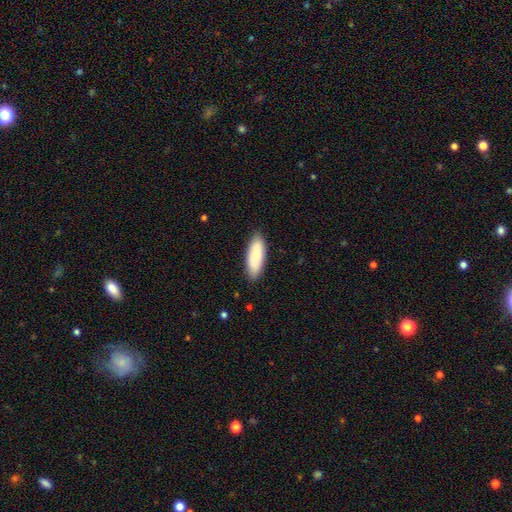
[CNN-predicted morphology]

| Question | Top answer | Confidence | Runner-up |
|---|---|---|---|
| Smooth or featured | smooth | 80% | featured or disk (14%) |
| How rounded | in between | 69% | cigar-shaped (30%) |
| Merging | none | 86% | minor disturbance (11%) |